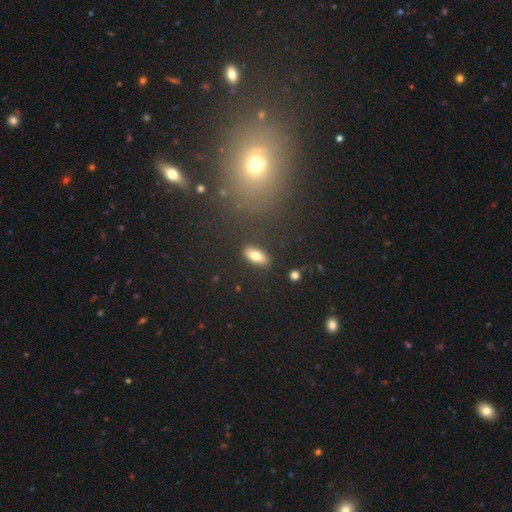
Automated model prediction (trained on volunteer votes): Smooth or featured? Predicted: smooth (p=0.78). How rounded? Predicted: in between (p=0.85). Merging? Predicted: none (p=0.88).